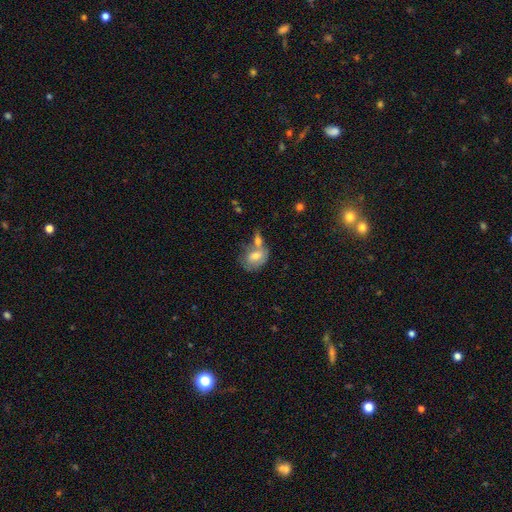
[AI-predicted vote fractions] Smooth or featured?
  - smooth: 65% *
  - featured or disk: 28%
  - star or artifact: 7%
How rounded?
  - in between: 71% *
  - round: 27%
  - cigar-shaped: 2%
Merging?
  - merger: 49% *
  - none: 28%
  - minor disturbance: 15%
  - major disturbance: 8%